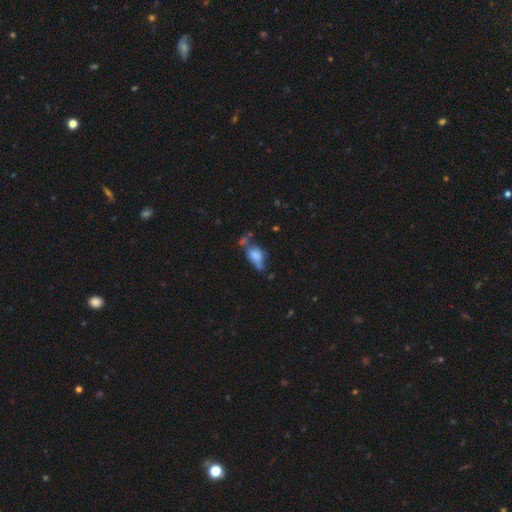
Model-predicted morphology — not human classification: Overall: smooth (66%). How rounded: in between (76%). Merging: none (32%; minor disturbance 24%).